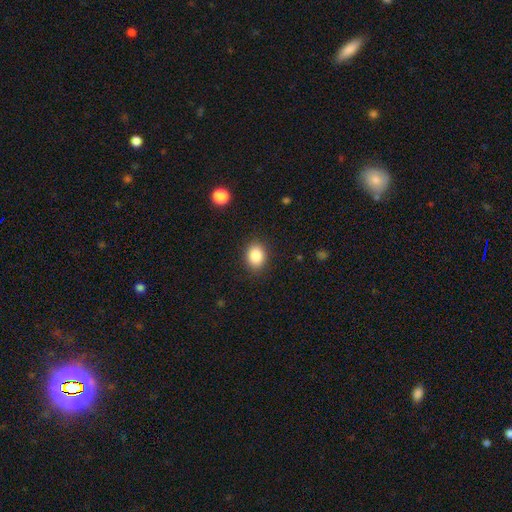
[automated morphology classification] smooth 87%, star or artifact 9%, featured or disk 4%. Down the decision tree: how rounded — in between (58%); merging — none (87%).